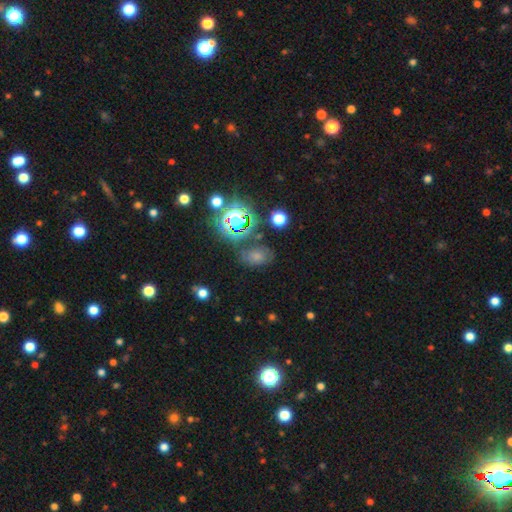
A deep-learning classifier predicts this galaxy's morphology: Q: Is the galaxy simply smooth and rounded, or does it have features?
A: smooth — 55%.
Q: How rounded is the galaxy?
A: in between — 75%.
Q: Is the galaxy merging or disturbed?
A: none — 64%.